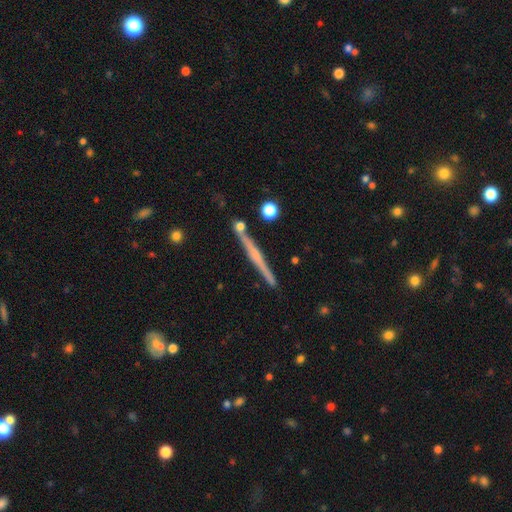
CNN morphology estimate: Overall: featured or disk (73%). Edge-on disk: yes (98%). Edge-on bulge: rounded (53%; none 38%). Merging: none (88%).